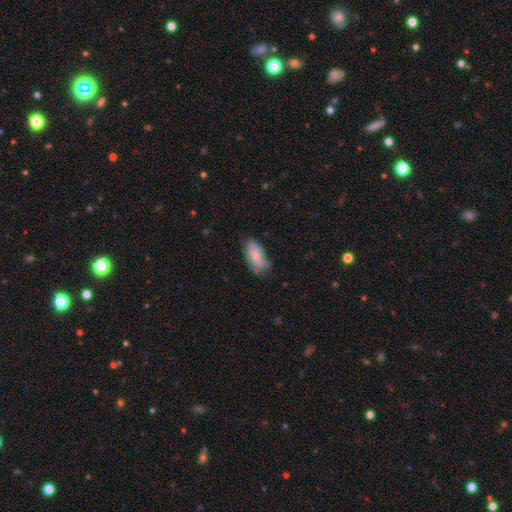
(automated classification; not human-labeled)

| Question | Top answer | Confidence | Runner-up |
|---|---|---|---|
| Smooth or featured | smooth | 78% | featured or disk (15%) |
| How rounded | in between | 91% | cigar-shaped (7%) |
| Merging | none | 58% | minor disturbance (31%) |